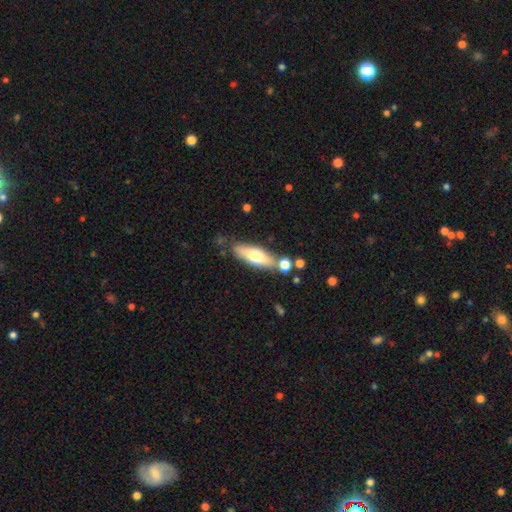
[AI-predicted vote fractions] Smooth or featured? Predicted: smooth (p=0.61). How rounded? Predicted: in between (p=0.53). Merging? Predicted: none (p=0.74).